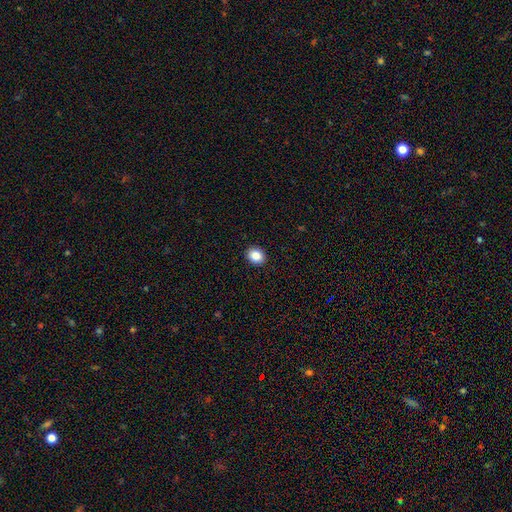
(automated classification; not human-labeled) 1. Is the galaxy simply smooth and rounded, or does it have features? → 87% smooth, 9% star or artifact, 4% featured or disk.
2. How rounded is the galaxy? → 59% round, 41% in between, 1% cigar-shaped.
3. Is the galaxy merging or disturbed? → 92% none, 5% minor disturbance, 2% major disturbance, 1% merger.